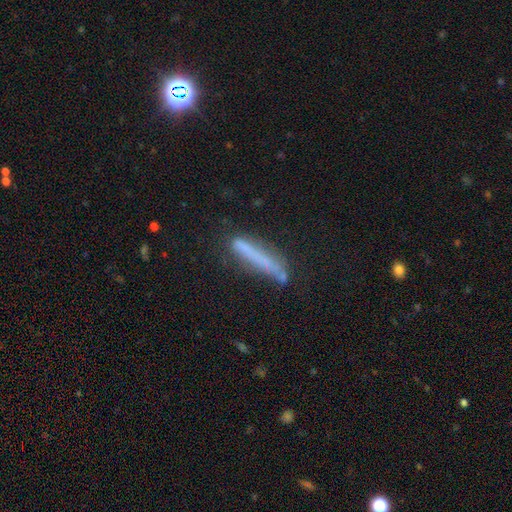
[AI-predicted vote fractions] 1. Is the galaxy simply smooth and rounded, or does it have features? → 59% smooth, 31% featured or disk, 10% star or artifact.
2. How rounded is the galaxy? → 94% cigar-shaped, 5% in between, 1% round.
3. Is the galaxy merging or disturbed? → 73% none, 18% minor disturbance, 5% major disturbance, 4% merger.